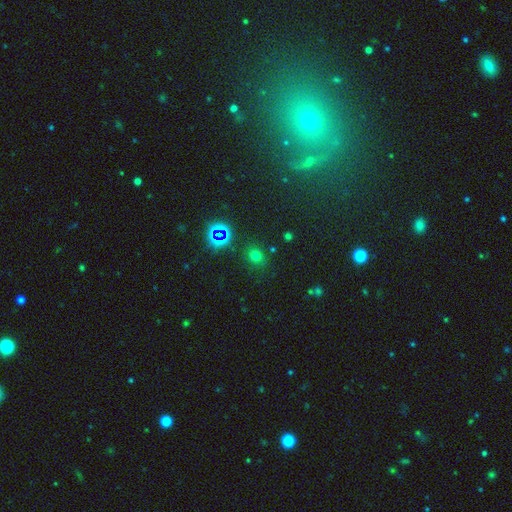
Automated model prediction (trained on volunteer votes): Smooth or featured? Predicted: smooth (p=0.63). How rounded? Predicted: round (p=0.73). Merging? Predicted: none (p=0.84).